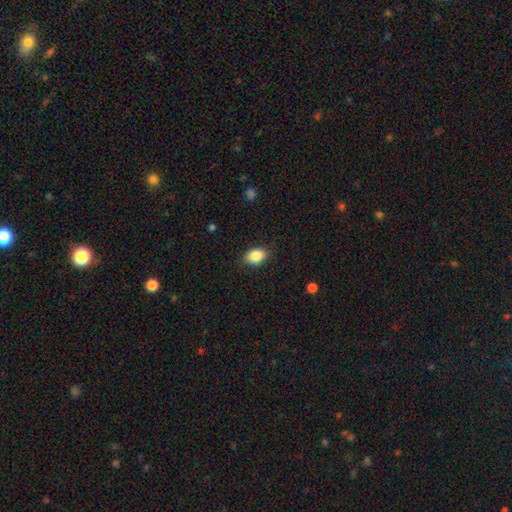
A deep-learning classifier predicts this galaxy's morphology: smooth_or_featured: smooth (p=0.86) [alt: star or artifact p=0.08]
how_rounded: in between (p=0.81) [alt: round p=0.18]
merging: none (p=0.86) [alt: minor disturbance p=0.11]